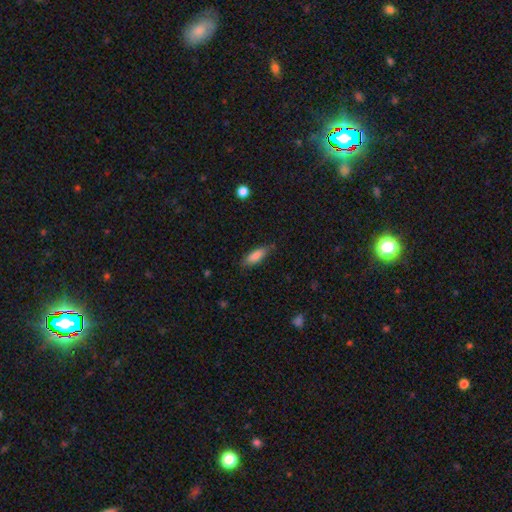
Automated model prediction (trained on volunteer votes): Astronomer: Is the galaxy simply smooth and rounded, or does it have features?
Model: smooth — 83%.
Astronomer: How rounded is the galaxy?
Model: in between — 61% (runner-up: cigar-shaped, 37%).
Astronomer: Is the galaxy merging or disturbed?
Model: none — 78%.